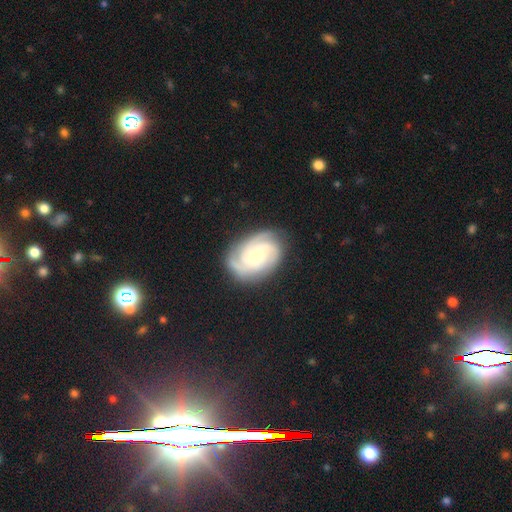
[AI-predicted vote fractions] smooth_or_featured: featured or disk (p=0.85) [alt: smooth p=0.10]
disk_edge_on: no (p=0.98) [alt: yes p=0.02]
bar: no (p=0.69) [alt: weak p=0.26]
has_spiral_arms: yes (p=0.98) [alt: no p=0.02]
spiral_winding: tight (p=0.63) [alt: medium p=0.31]
spiral_arm_count: 3 (p=0.52) [alt: 2 p=0.14]
bulge_size: small (p=0.47) [alt: moderate p=0.45]
merging: none (p=0.78) [alt: minor disturbance p=0.16]